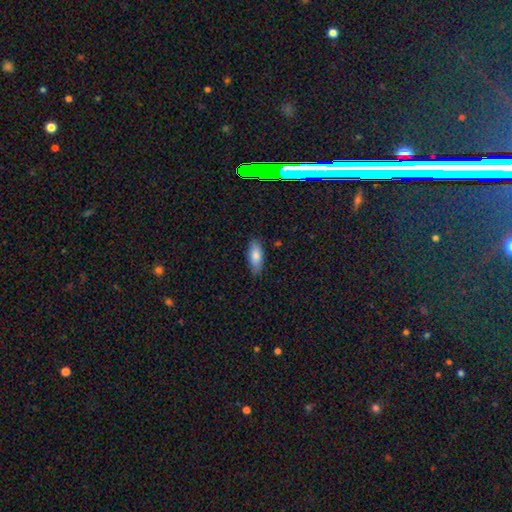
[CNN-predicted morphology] smooth-or-featured: smooth: 82% | featured or disk: 11% | star or artifact: 7%
  how-rounded: in between: 83% | cigar-shaped: 15% | round: 2%
  merging: none: 84% | minor disturbance: 13% | major disturbance: 2% | merger: 1%